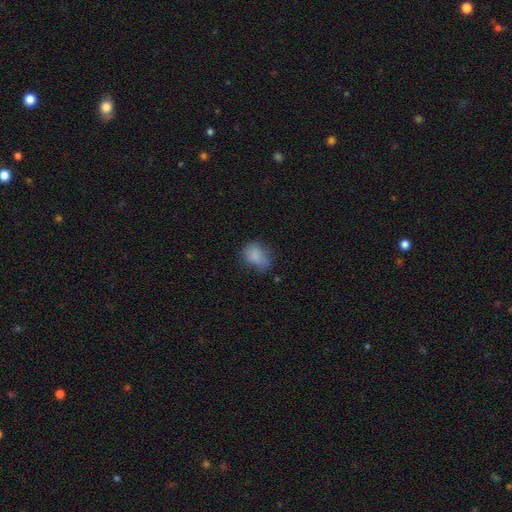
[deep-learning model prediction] A smooth galaxy with no disk features (79%) that is in between round and cigar-shaped (67%).

Vote fractions:
- Smooth or featured? smooth: 79% / featured or disk: 11% / star or artifact: 10%
- How rounded? in between: 67% / round: 32% / cigar-shaped: 1%
- Merging? none: 51% / minor disturbance: 31% / major disturbance: 15% / merger: 3%